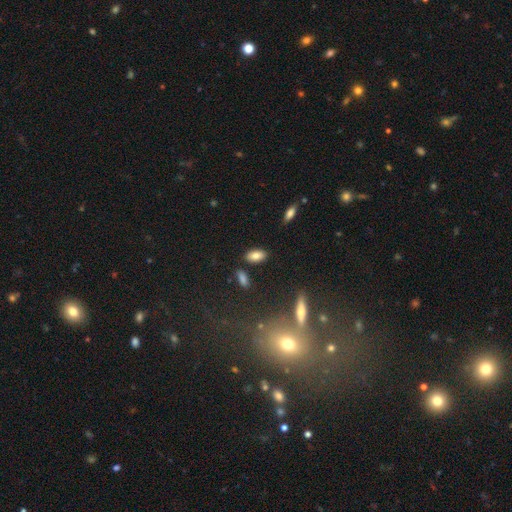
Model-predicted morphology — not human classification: Smooth or featured? smooth (82%)
How rounded? in between (90%)
Merging? none (83%)